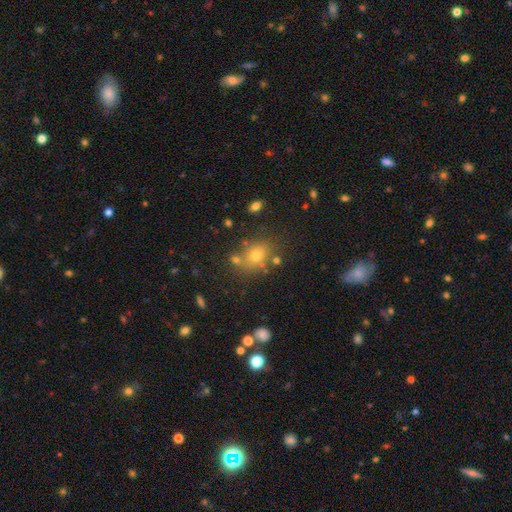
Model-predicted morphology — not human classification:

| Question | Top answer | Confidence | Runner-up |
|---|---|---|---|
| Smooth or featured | smooth | 67% | star or artifact (21%) |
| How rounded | in between | 50% | round (48%) |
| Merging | none | 71% | minor disturbance (13%) |